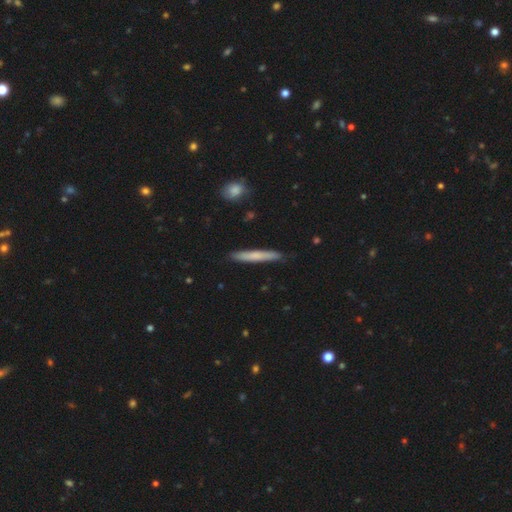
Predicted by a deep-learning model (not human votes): smooth_or_featured: smooth (p=0.69) [alt: featured or disk p=0.25]
how_rounded: cigar-shaped (p=0.95) [alt: in between p=0.03]
merging: none (p=0.87) [alt: minor disturbance p=0.10]